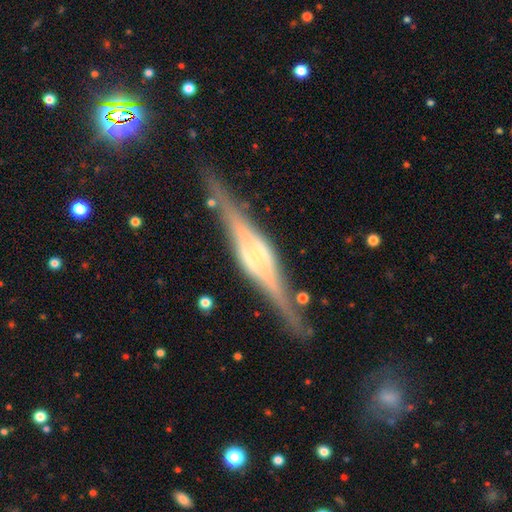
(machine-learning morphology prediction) Smooth or featured? featured or disk (86%)
Edge-on disk? yes (98%)
Edge-on bulge? rounded (56%)
Merging? none (84%)